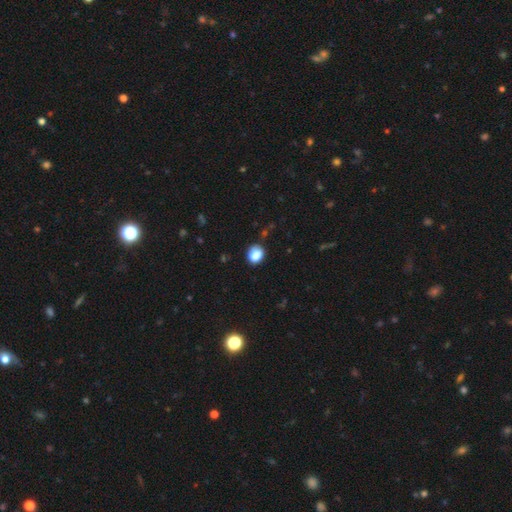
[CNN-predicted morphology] Overall: smooth (84%). How rounded: round (58%; in between 41%). Merging: none (78%).